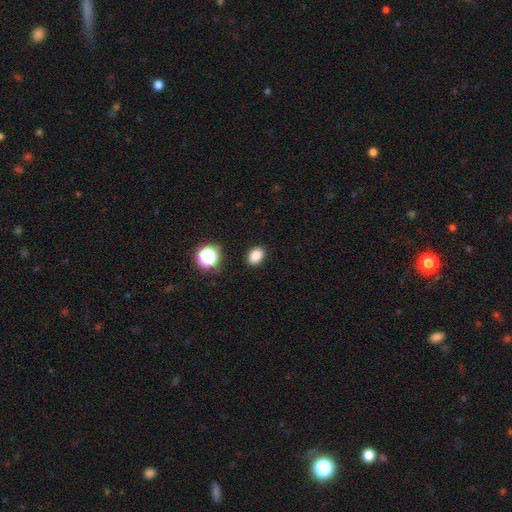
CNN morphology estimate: type=smooth (84%); roundness=in between (74%); merging=none (88%).